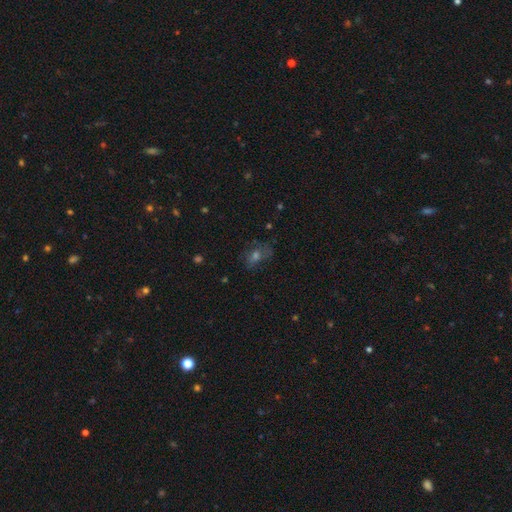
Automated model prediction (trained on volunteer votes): Morphology: type=smooth (40%); merging=none (60%).